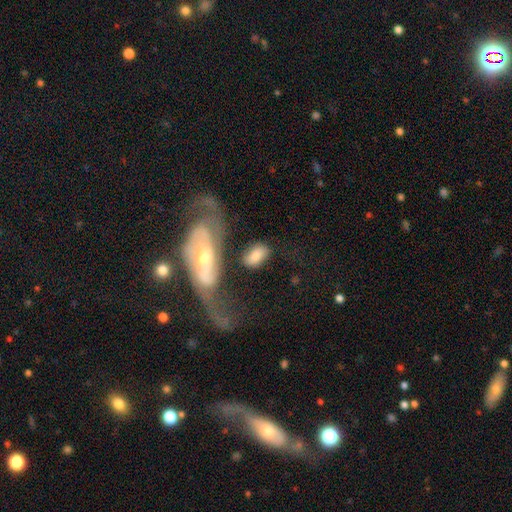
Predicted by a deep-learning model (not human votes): Overall: smooth (72%). How rounded: in between (90%). Merging: none (57%).